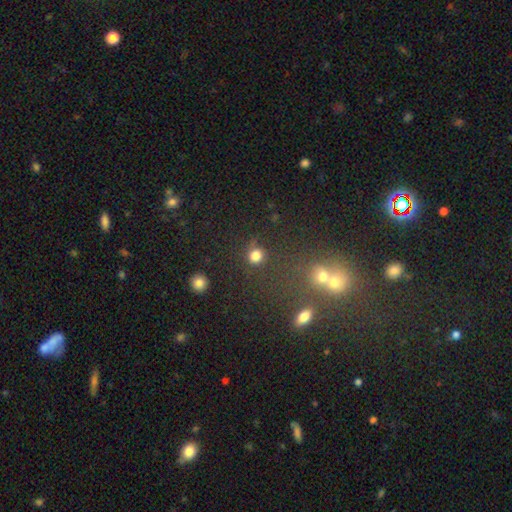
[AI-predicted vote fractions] This appears to be a smooth galaxy with no disk features (80%) that is round (86%). Merging: none (77%).